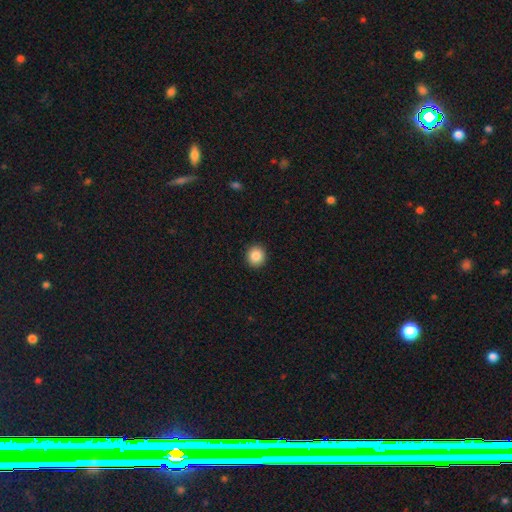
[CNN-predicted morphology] Q: Smooth or featured?
A: smooth (87%); runner-up: star or artifact (9%)
Q: How rounded?
A: round (92%); runner-up: in between (7%)
Q: Merging?
A: none (93%); runner-up: minor disturbance (5%)